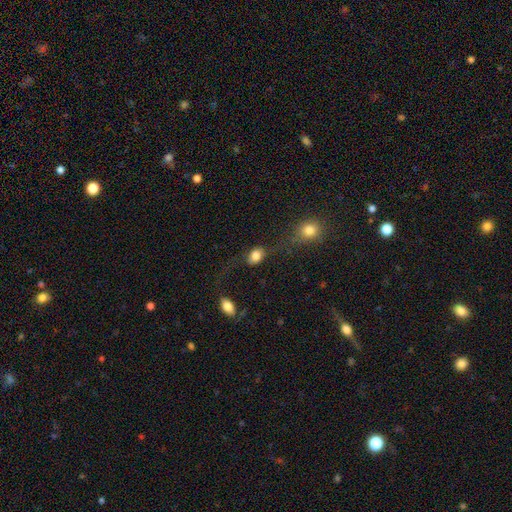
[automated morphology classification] A smooth galaxy with no disk features (76%) that is in between round and cigar-shaped (64%).

Vote fractions:
- Smooth or featured? smooth: 76% / featured or disk: 15% / star or artifact: 9%
- How rounded? in between: 64% / round: 33% / cigar-shaped: 3%
- Merging? none: 51% / major disturbance: 19% / minor disturbance: 18% / merger: 12%